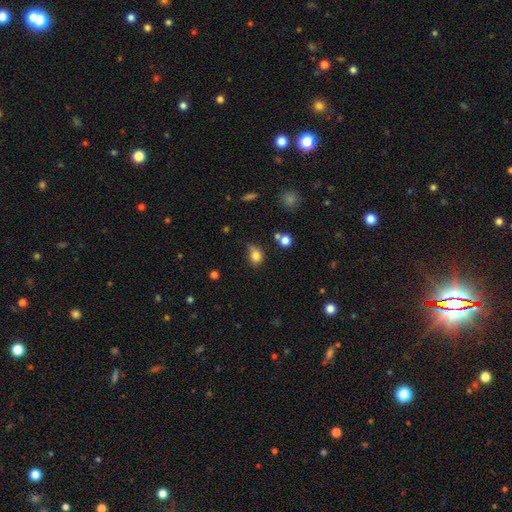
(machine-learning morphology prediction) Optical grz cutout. It shows a smooth galaxy with no disk features (81%) that is round (54%). Merging: none (48%).